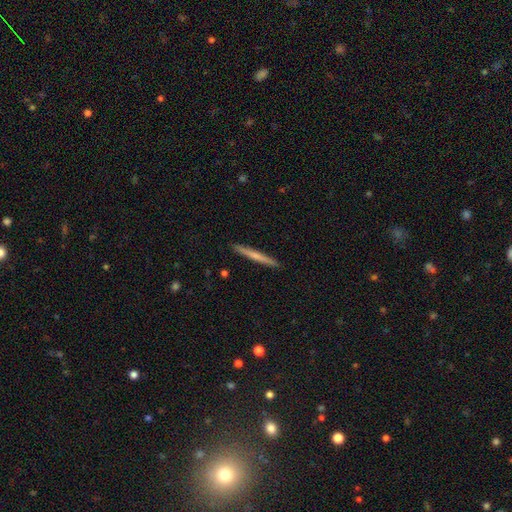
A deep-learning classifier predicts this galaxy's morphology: A smooth galaxy with no disk features (55%) that is cigar-shaped (97%). Merging: none (92%).